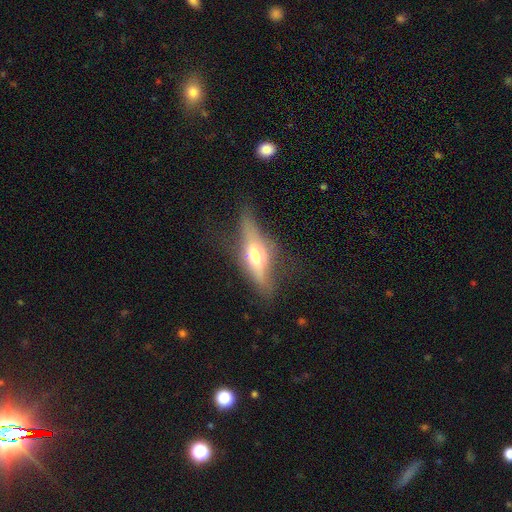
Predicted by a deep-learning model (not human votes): A featured or disk galaxy (58%) viewed edge-on (83%). Merging: none (64%).